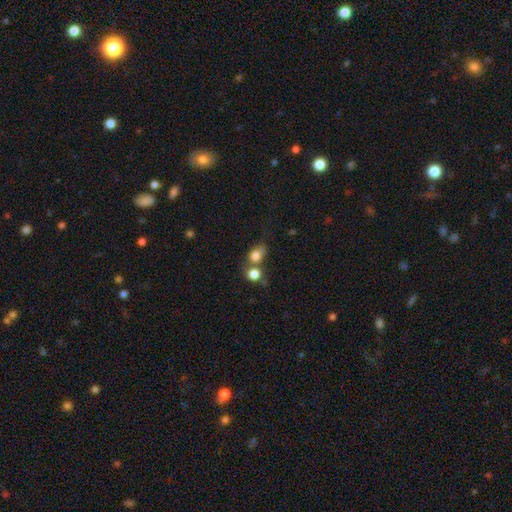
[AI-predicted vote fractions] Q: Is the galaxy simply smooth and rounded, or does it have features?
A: smooth — 79%.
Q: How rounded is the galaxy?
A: round — 58%.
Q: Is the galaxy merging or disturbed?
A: merger — 44%.